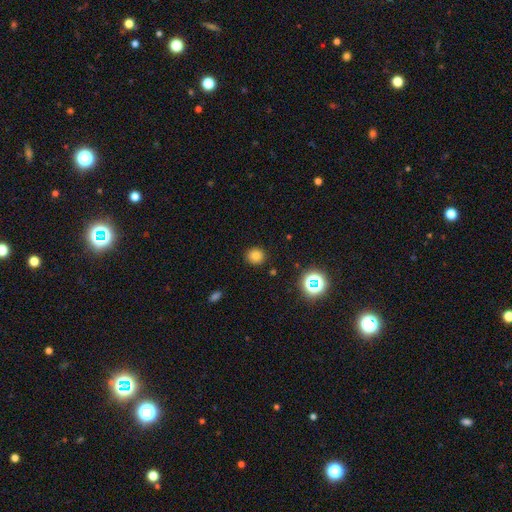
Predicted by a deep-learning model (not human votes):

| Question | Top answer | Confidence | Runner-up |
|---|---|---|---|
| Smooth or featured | smooth | 77% | star or artifact (16%) |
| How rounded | round | 90% | in between (9%) |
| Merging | none | 90% | minor disturbance (6%) |